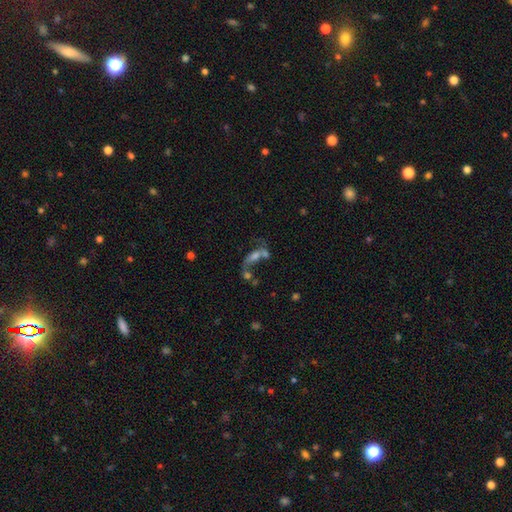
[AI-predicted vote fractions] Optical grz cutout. It shows a featured or disk galaxy (43%). Merging: merger (51%).